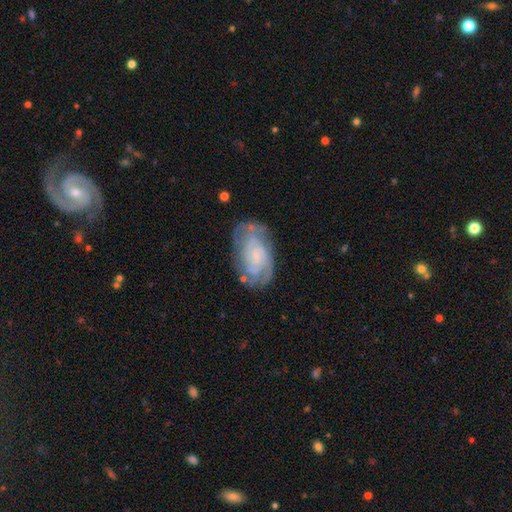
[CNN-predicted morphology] The model was most divided on "spiral arm count": can't tell: 37%, 2: 32%, 3: 16%, 4: 6%, 1: 4%, more than 4: 4%. More confident: edge-on disk — no (97%); spiral arms — yes (90%); smooth or featured — featured or disk (75%); merging — none (68%); bar — no (65%); bulge size — small (62%); spiral winding — tight (58%).